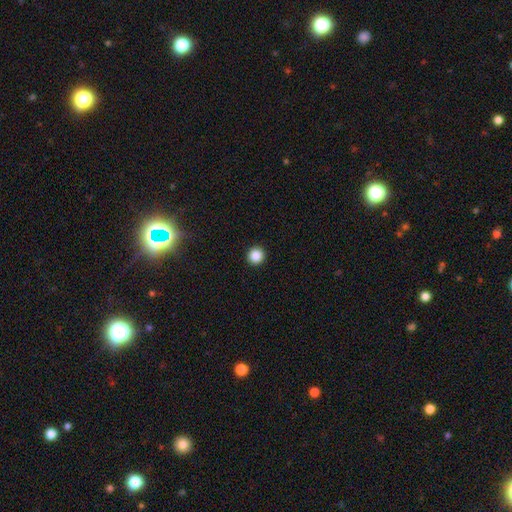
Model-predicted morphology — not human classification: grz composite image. It shows a smooth galaxy with no disk features (87%) that is round (95%). Merging: none (94%).